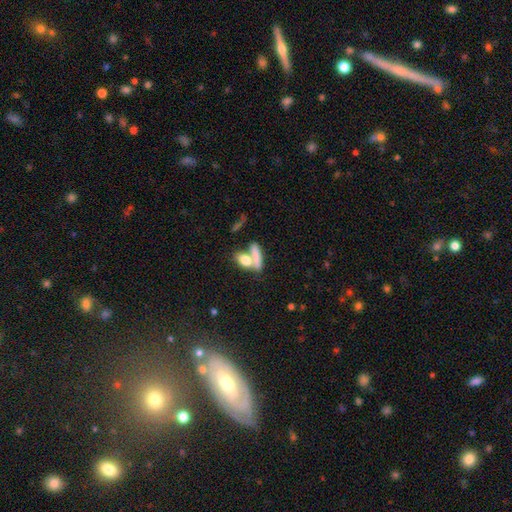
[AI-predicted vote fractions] Smooth or featured? smooth (75%)
How rounded? in between (60%)
Merging? merger (45%)